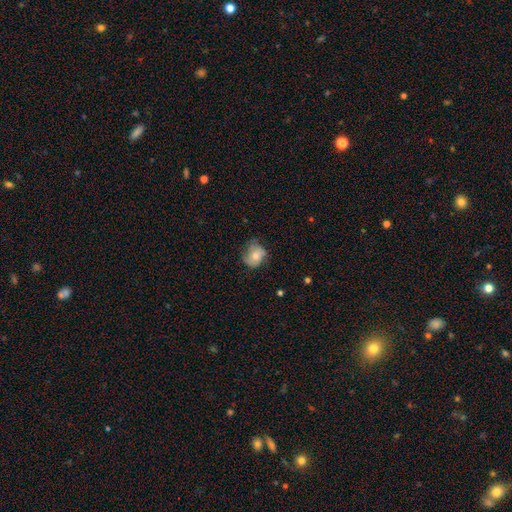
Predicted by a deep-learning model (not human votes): Morphology: type=smooth (61%); roundness=round (54%); merging=none (50%).